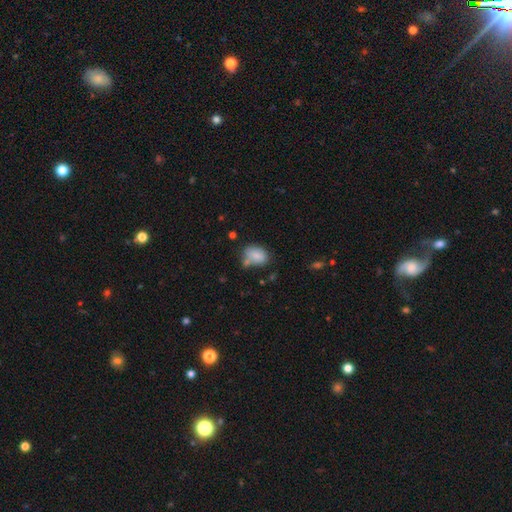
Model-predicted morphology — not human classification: Smooth or featured? smooth (82%)
How rounded? in between (78%)
Merging? none (55%)